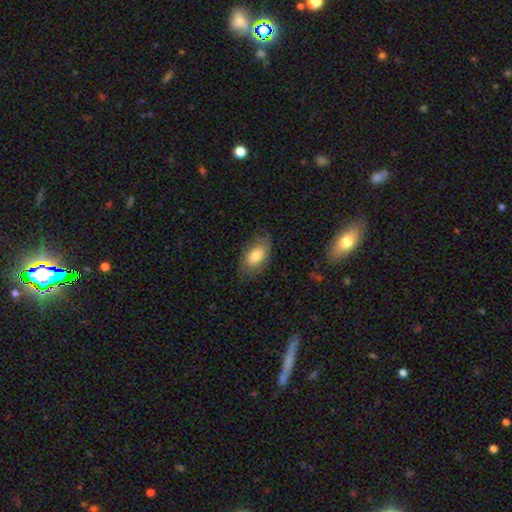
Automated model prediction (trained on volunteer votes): Smooth or featured? smooth (73%)
How rounded? in between (91%)
Merging? none (72%)